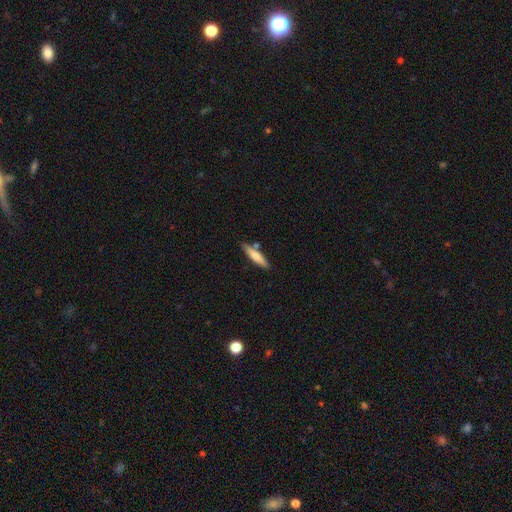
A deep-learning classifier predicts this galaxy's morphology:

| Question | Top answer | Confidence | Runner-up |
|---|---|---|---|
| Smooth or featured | smooth | 74% | featured or disk (20%) |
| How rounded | cigar-shaped | 82% | in between (17%) |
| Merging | none | 78% | minor disturbance (13%) |